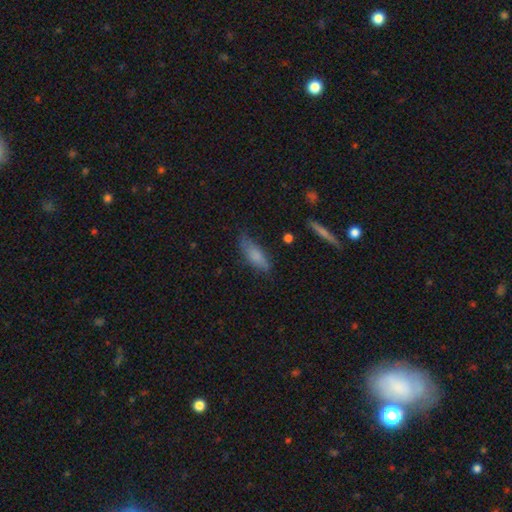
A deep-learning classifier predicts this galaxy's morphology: This is likely a smooth galaxy (75%). How rounded: possibly in between (57%). Merging: likely none (64%).